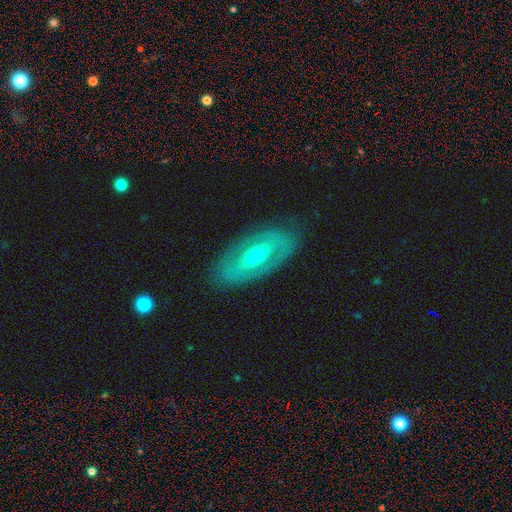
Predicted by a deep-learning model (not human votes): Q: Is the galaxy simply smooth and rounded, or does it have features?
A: featured or disk — 66%.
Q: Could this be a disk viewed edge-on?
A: no — 88%.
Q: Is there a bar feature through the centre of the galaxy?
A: no — 59%.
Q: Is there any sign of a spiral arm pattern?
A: no — 66%.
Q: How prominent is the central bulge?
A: moderate — 54%.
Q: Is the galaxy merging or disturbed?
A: none — 80%.